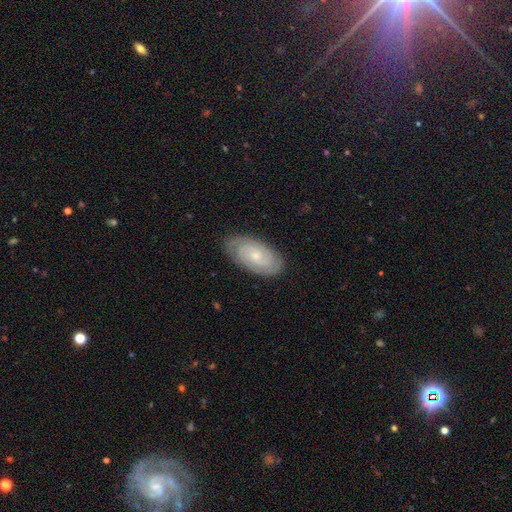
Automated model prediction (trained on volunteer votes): Q: Smooth or featured?
A: featured or disk (65%); runner-up: smooth (29%)
Q: Edge-on disk?
A: no (93%); runner-up: yes (7%)
Q: Bar?
A: no (75%); runner-up: weak (21%)
Q: Spiral arms?
A: yes (89%); runner-up: no (11%)
Q: Spiral winding?
A: tight (70%); runner-up: medium (24%)
Q: Spiral arm count?
A: 2 (43%); runner-up: can't tell (37%)
Q: Bulge size?
A: small (71%); runner-up: moderate (24%)
Q: Merging?
A: none (82%); runner-up: minor disturbance (14%)